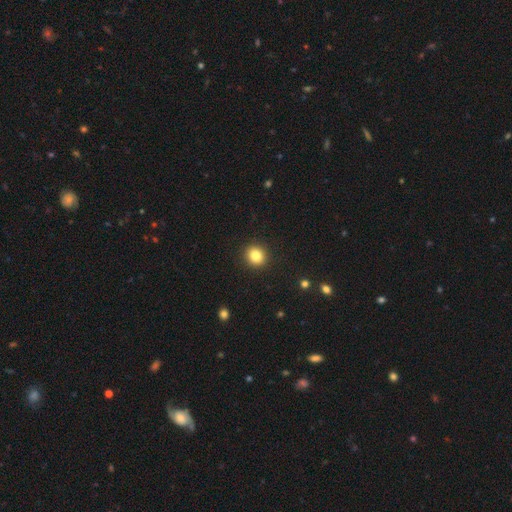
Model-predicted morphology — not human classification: type=smooth (84%); roundness=round (83%); merging=none (92%).